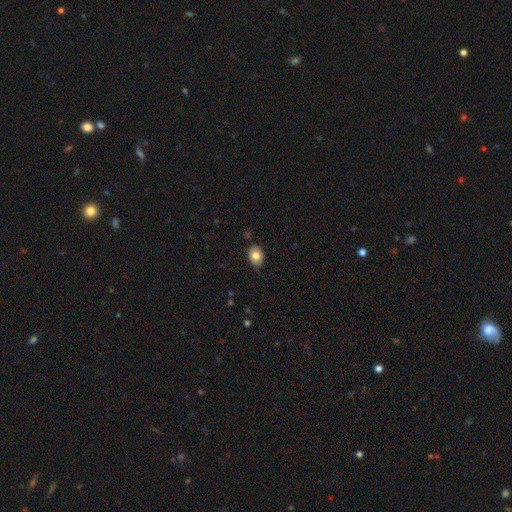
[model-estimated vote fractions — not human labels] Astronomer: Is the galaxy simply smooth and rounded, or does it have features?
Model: smooth — 79%.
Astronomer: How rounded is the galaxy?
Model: in between — 66%.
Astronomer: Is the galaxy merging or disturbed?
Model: none — 82%.